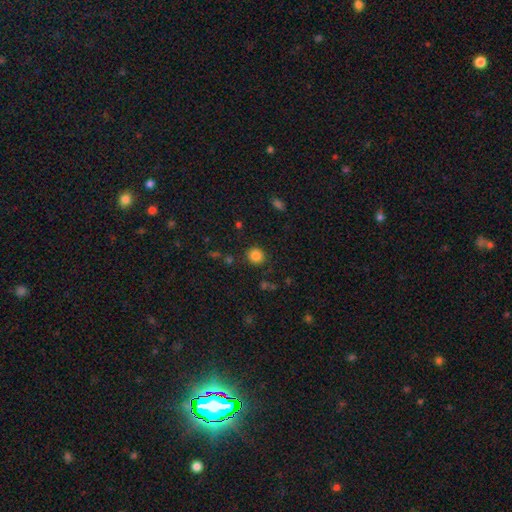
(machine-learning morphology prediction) A smooth galaxy with no disk features (84%) that is round (85%).

Vote fractions:
- Smooth or featured? smooth: 84% / star or artifact: 11% / featured or disk: 5%
- How rounded? round: 85% / in between: 14% / cigar-shaped: 1%
- Merging? none: 87% / minor disturbance: 8% / major disturbance: 3% / merger: 2%